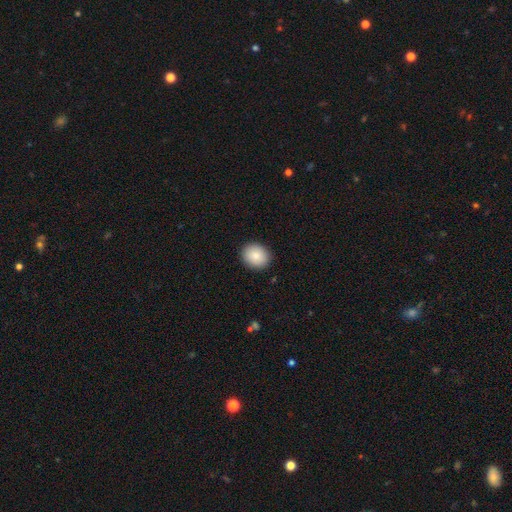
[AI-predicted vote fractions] Smooth or featured? Predicted: smooth (p=0.86). How rounded? Predicted: round (p=0.66). Merging? Predicted: none (p=0.91).